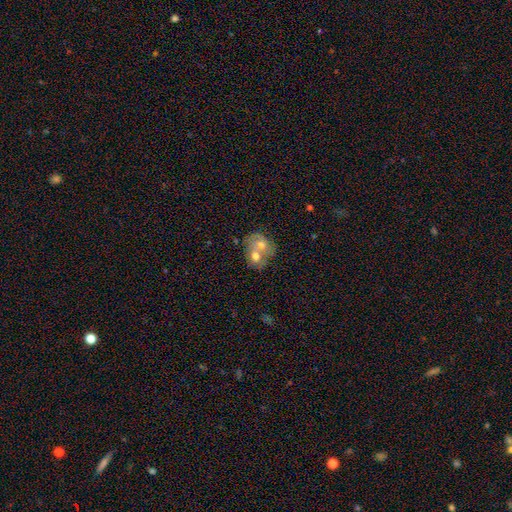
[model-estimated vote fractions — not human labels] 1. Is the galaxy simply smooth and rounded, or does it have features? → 59% smooth, 34% featured or disk, 8% star or artifact.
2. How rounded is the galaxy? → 56% round, 43% in between, 1% cigar-shaped.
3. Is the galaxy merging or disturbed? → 71% merger, 19% none, 7% minor disturbance, 4% major disturbance.